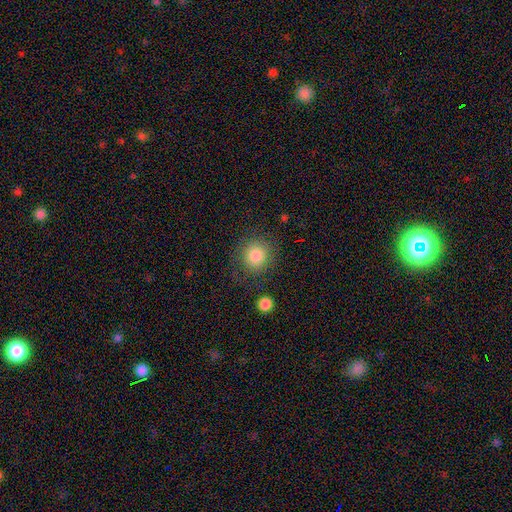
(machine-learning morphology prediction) smooth-or-featured: smooth: 83% | star or artifact: 10% | featured or disk: 8%
  how-rounded: round: 88% | in between: 11% | cigar-shaped: 1%
  merging: none: 80% | minor disturbance: 11% | major disturbance: 6% | merger: 3%